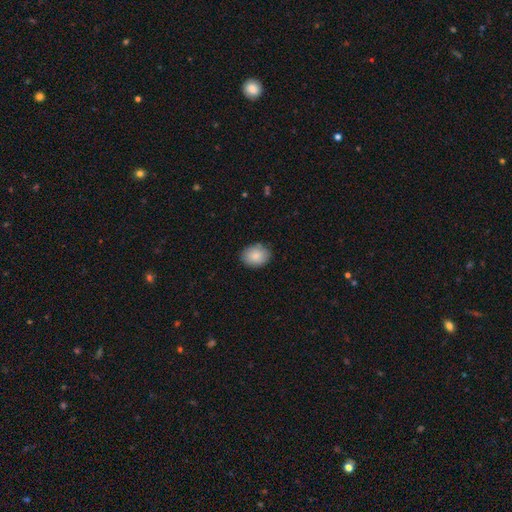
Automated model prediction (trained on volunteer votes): Overall: smooth (87%). How rounded: in between (62%; round 37%). Merging: none (84%).